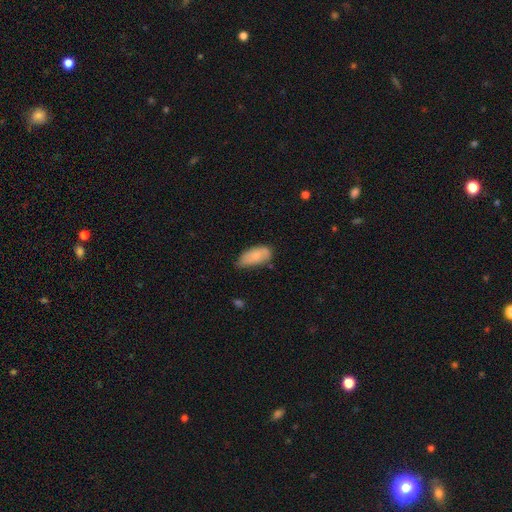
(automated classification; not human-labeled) Morphology: type=smooth (71%); roundness=in between (90%); merging=none (43%).